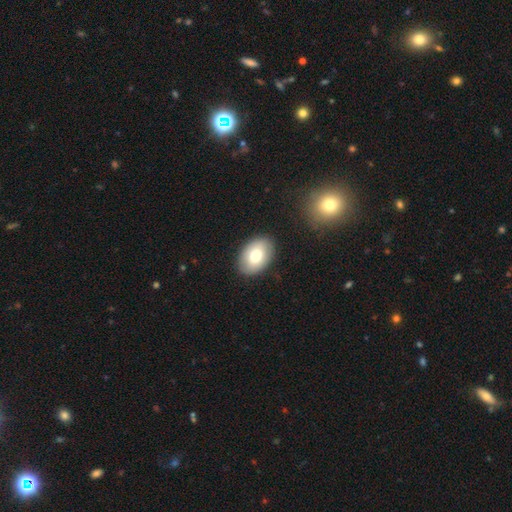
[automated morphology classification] Q: Smooth or featured?
A: smooth (75%); runner-up: featured or disk (18%)
Q: How rounded?
A: in between (89%); runner-up: round (10%)
Q: Merging?
A: none (88%); runner-up: minor disturbance (9%)